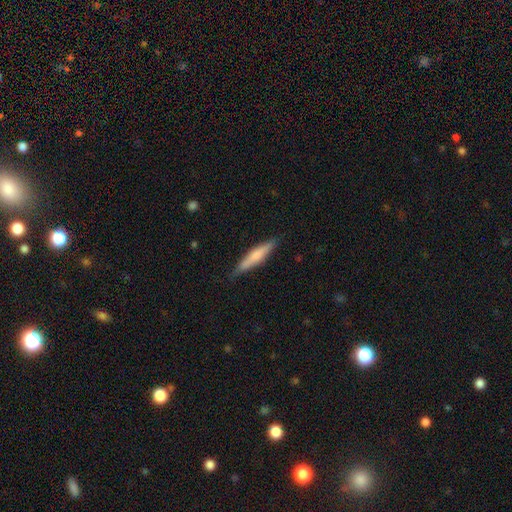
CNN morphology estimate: This appears to be a smooth galaxy with no disk features (55%) that is cigar-shaped (87%). Merging: none (84%).